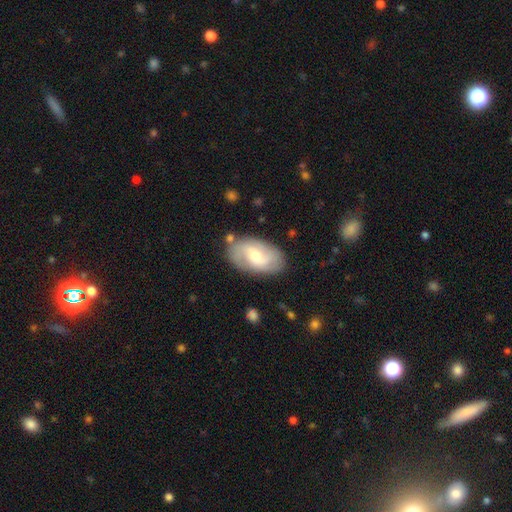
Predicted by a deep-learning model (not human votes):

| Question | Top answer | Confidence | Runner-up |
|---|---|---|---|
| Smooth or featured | featured or disk | 56% | smooth (38%) |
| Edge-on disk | no | 94% | yes (6%) |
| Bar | weak | 50% | no (37%) |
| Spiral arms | yes | 78% | no (22%) |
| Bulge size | moderate | 63% | small (30%) |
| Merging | none | 79% | minor disturbance (14%) |